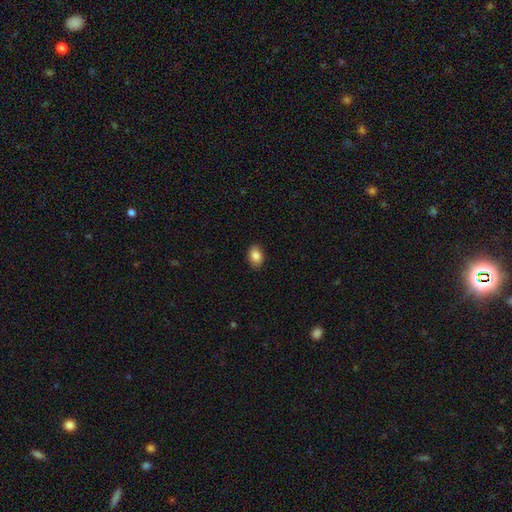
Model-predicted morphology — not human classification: smooth 87%, star or artifact 8%, featured or disk 5%. Down the decision tree: how rounded — in between (83%); merging — none (88%).